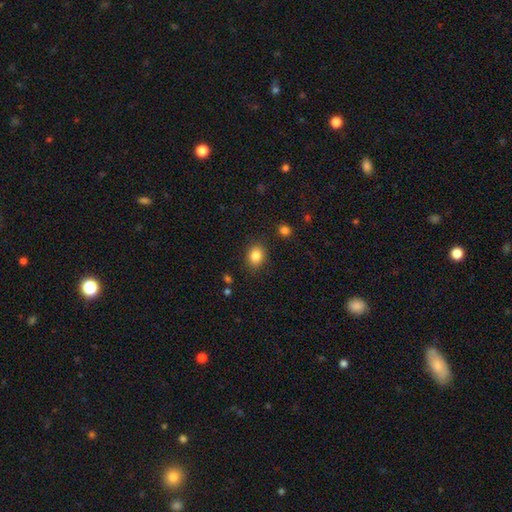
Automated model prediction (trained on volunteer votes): This appears to be a smooth galaxy with no disk features (84%) that is round (56%). Merging: none (86%).